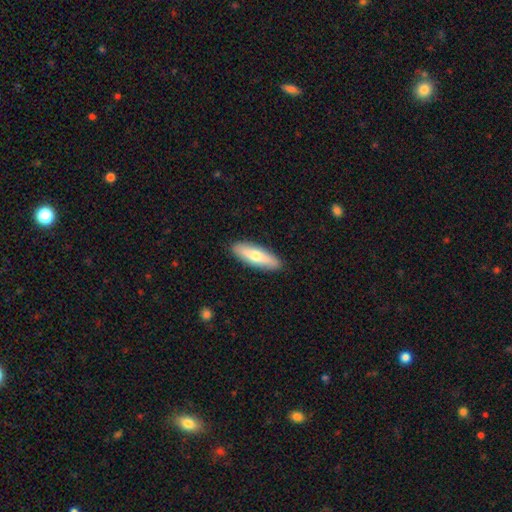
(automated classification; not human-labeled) Smooth or featured?
  - smooth: 66% *
  - featured or disk: 29%
  - star or artifact: 5%
How rounded?
  - cigar-shaped: 53% *
  - in between: 45%
  - round: 2%
Merging?
  - none: 90% *
  - minor disturbance: 7%
  - major disturbance: 2%
  - merger: 1%